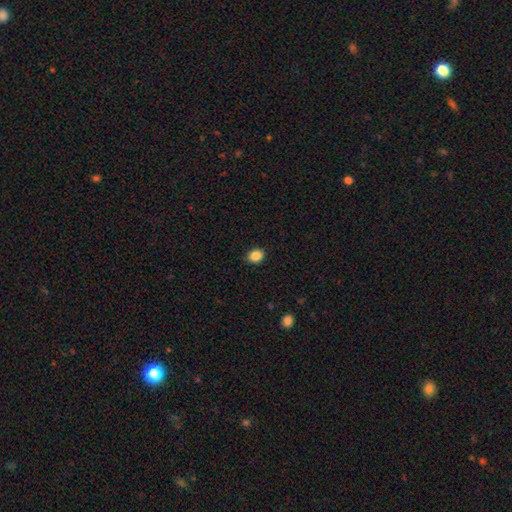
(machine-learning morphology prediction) A smooth galaxy with no disk features (87%) that is round (54%).

Vote fractions:
- Smooth or featured? smooth: 87% / star or artifact: 9% / featured or disk: 3%
- How rounded? round: 54% / in between: 45% / cigar-shaped: 1%
- Merging? none: 89% / minor disturbance: 8% / major disturbance: 2% / merger: 1%